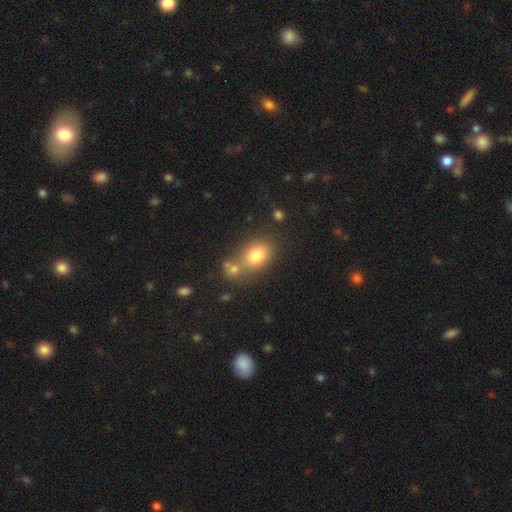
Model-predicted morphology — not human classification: Overall: smooth (77%). How rounded: in between (61%; round 38%). Merging: none (49%; merger 33%).